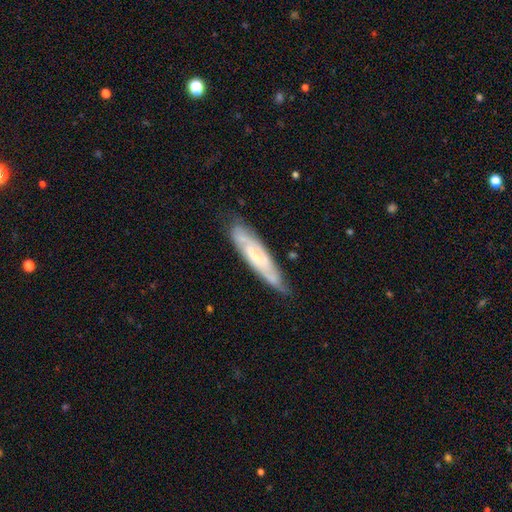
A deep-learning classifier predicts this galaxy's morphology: A featured or disk galaxy (61%).

Vote fractions:
- Smooth or featured? featured or disk: 61% / smooth: 32% / star or artifact: 7%
- Edge-on disk? no: 63% / yes: 37%
- Merging? none: 71% / minor disturbance: 22% / major disturbance: 5% / merger: 2%